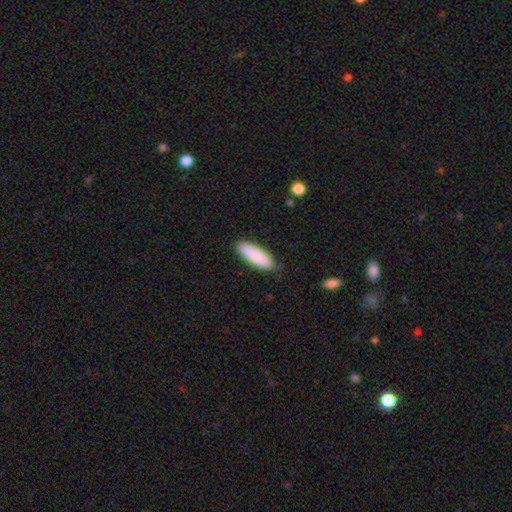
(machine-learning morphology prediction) Overall: smooth (87%). How rounded: in between (59%; cigar-shaped 39%). Merging: none (85%).